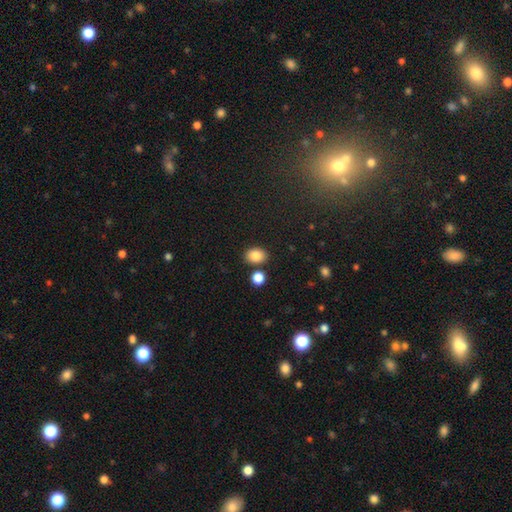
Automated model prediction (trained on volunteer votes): Overall: smooth (84%). How rounded: in between (65%; round 34%). Merging: none (80%).